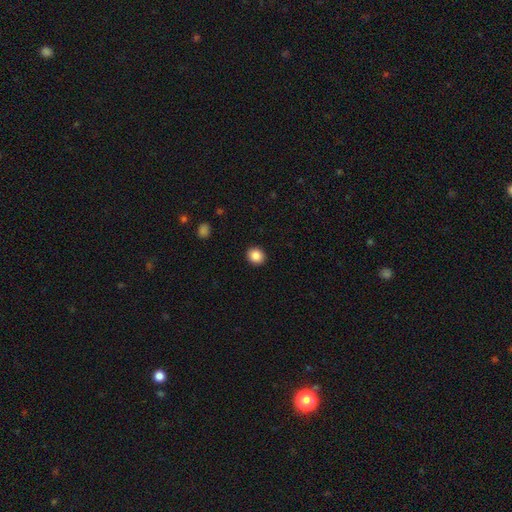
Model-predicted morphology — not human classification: type=smooth (87%); roundness=round (79%); merging=none (92%).